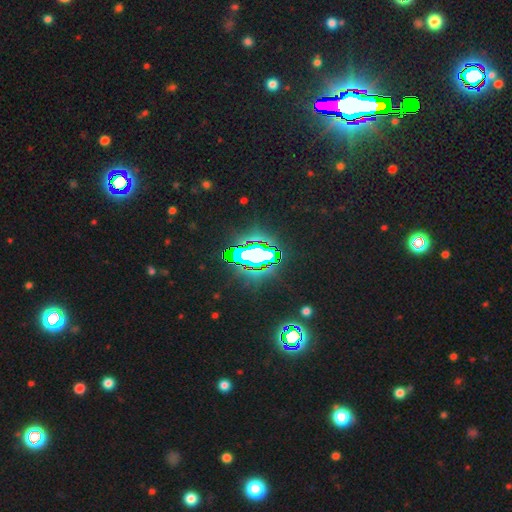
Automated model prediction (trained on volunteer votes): star or artifact 67%, smooth 19%, featured or disk 13%.